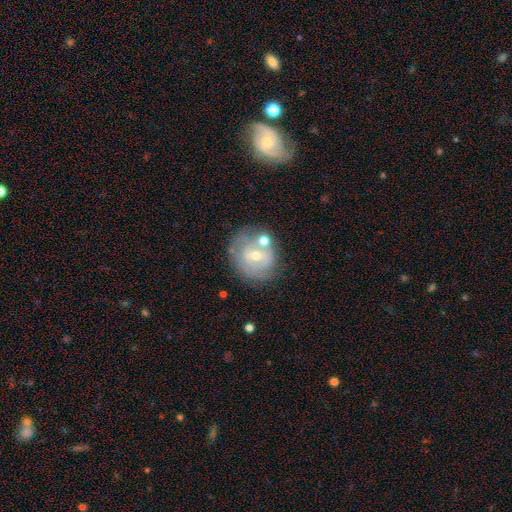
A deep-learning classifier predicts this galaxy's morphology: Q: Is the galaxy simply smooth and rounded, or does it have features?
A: featured or disk — 63%.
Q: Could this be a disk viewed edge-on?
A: no — 96%.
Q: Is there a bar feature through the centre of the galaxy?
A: weak — 44%.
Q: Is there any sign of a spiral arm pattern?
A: yes — 62%.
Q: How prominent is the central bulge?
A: moderate — 49%.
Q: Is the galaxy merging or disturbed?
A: none — 62%.